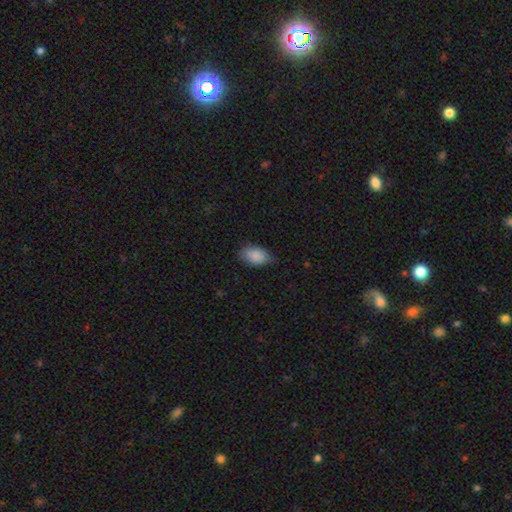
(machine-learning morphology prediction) smooth-or-featured: smooth: 88% | star or artifact: 7% | featured or disk: 5%
  how-rounded: in between: 90% | round: 8% | cigar-shaped: 2%
  merging: none: 70% | minor disturbance: 25% | major disturbance: 4% | merger: 1%